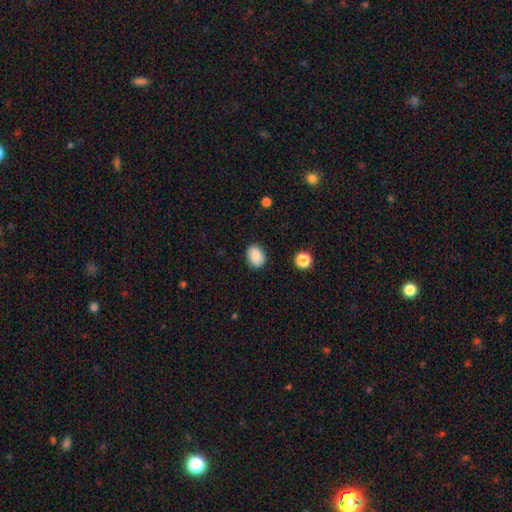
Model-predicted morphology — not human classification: The model was most divided on "how rounded": in between: 69%, round: 30%, cigar-shaped: 1%. More confident: smooth or featured — smooth (88%); merging — none (85%).